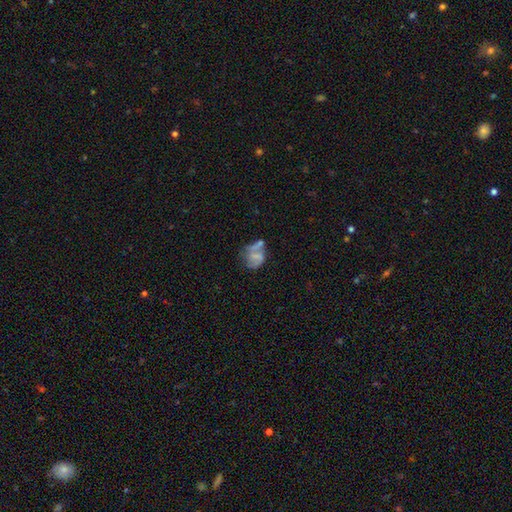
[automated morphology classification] type=featured or disk (45%); merging=none (27%, tied with merger).